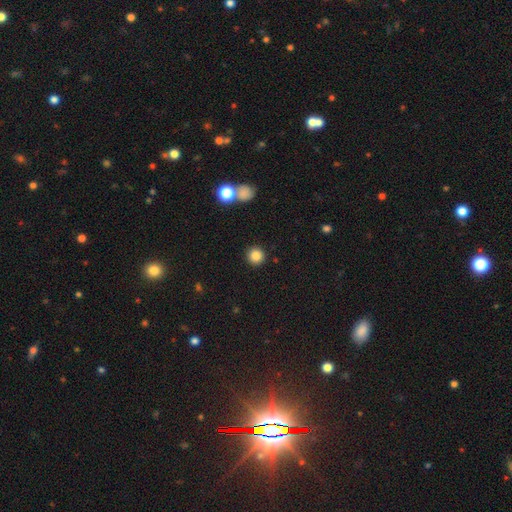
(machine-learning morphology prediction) This appears to be a smooth galaxy with no disk features (85%) that is round (95%). Merging: none (91%).